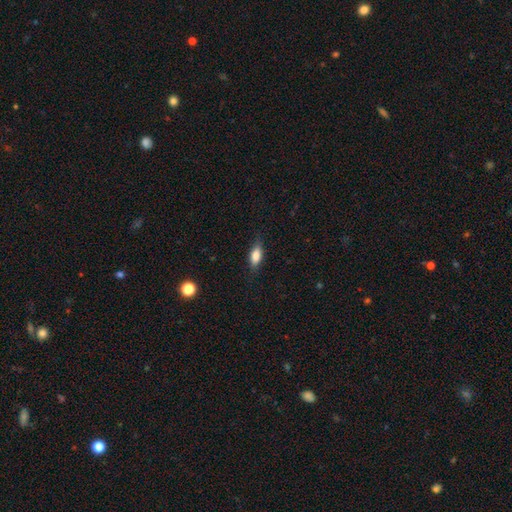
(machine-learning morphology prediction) This is likely a smooth galaxy (80%). How rounded: likely in between (78%). Merging: likely none (77%).